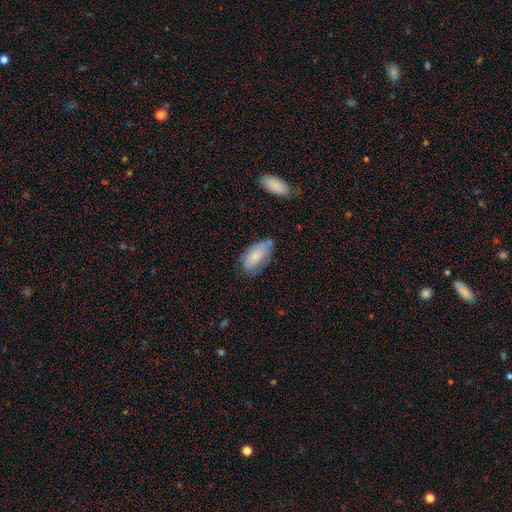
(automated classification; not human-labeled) Q: Smooth or featured?
A: smooth (71%); runner-up: featured or disk (22%)
Q: How rounded?
A: in between (92%); runner-up: cigar-shaped (5%)
Q: Merging?
A: none (56%); runner-up: minor disturbance (31%)